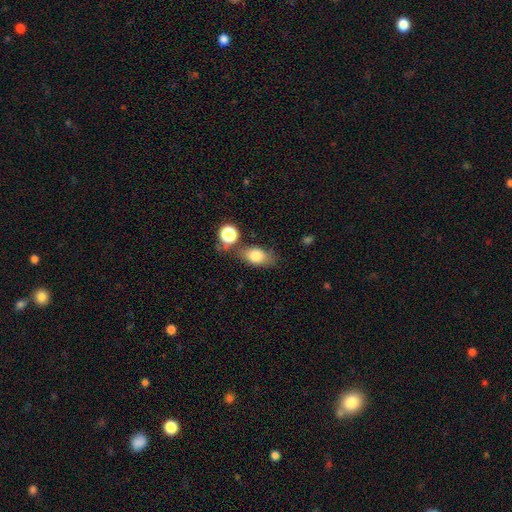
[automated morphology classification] Smooth or featured? Predicted: smooth (p=0.78). How rounded? Predicted: in between (p=0.81). Merging? Predicted: none (p=0.63).